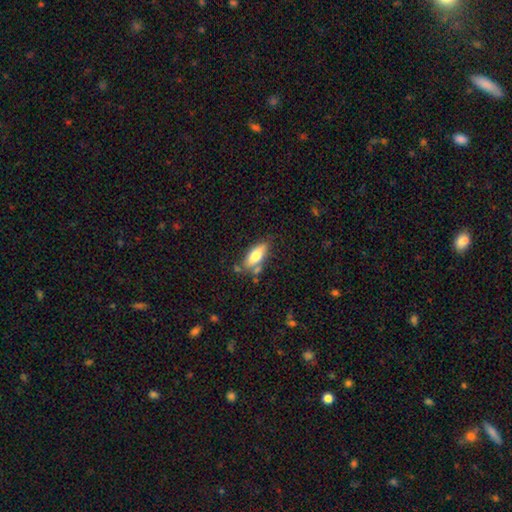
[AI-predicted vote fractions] A smooth galaxy with no disk features (71%) that is in between round and cigar-shaped (73%).

Vote fractions:
- Smooth or featured? smooth: 71% / featured or disk: 23% / star or artifact: 7%
- How rounded? in between: 73% / cigar-shaped: 25% / round: 2%
- Merging? none: 66% / minor disturbance: 20% / merger: 10% / major disturbance: 5%